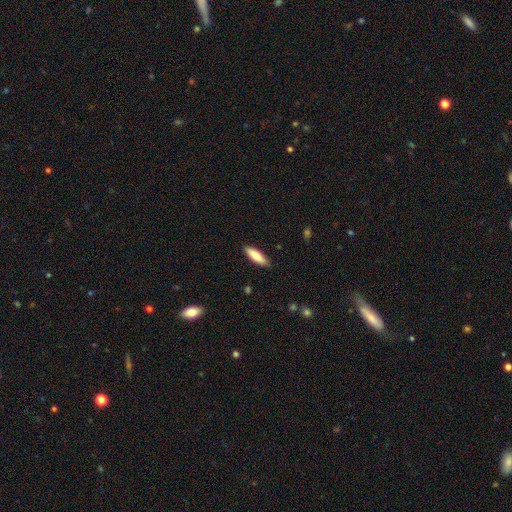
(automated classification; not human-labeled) smooth 81%, featured or disk 14%, star or artifact 6%. Down the decision tree: how rounded — cigar-shaped (51%); merging — none (87%).